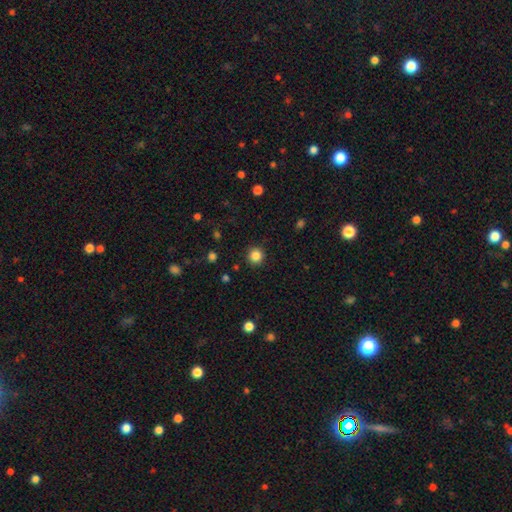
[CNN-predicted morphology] This is clearly a smooth galaxy (84%). How rounded: clearly round (95%). Merging: clearly none (91%).